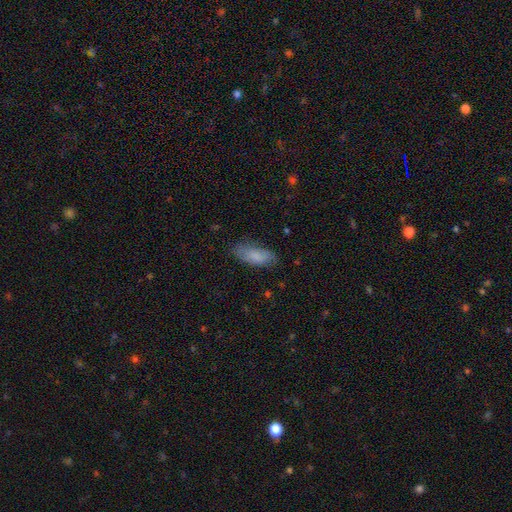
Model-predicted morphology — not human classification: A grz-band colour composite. It shows a smooth galaxy with no disk features (81%) that is in between round and cigar-shaped (76%). Merging: none (76%).